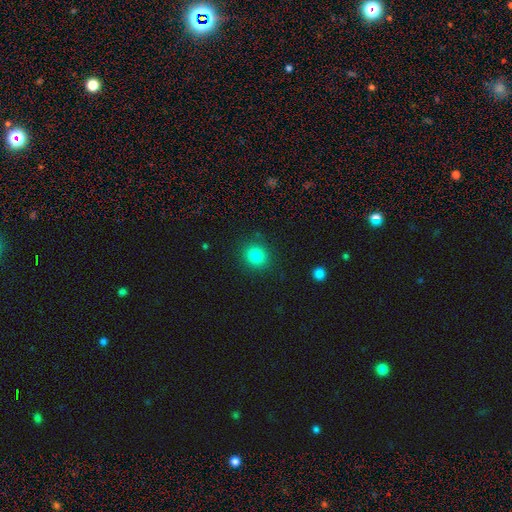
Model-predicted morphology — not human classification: This is clearly a smooth galaxy (83%). How rounded: clearly round (84%). Merging: clearly none (88%).